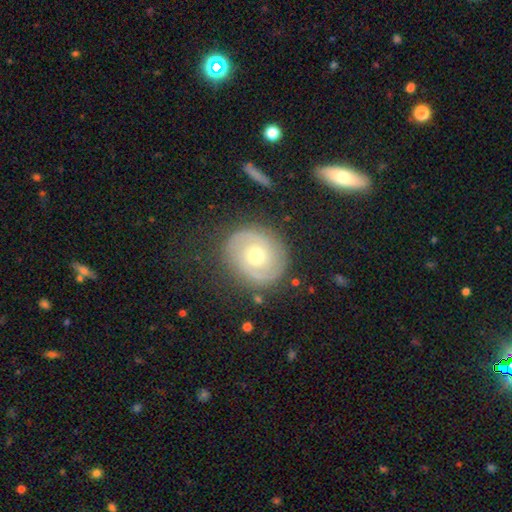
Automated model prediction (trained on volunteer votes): The model was most divided on "spiral winding": tight: 52%, medium: 37%, loose: 11%. More confident: edge-on disk — no (97%); spiral arms — yes (88%); spiral arm count — 2 (84%); merging — none (84%); smooth or featured — featured or disk (74%); bulge size — moderate (73%); bar — no (70%).